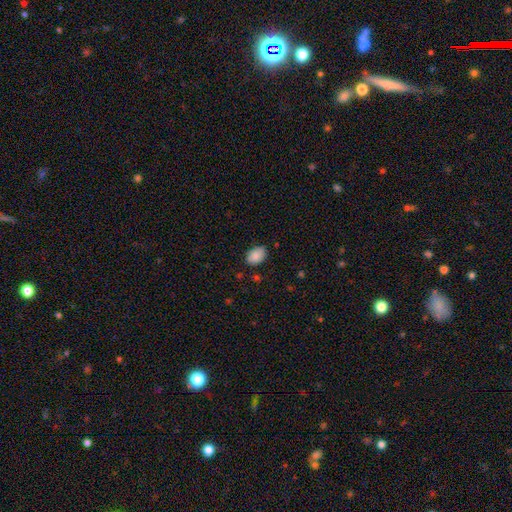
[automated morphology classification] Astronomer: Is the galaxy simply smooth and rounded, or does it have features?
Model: smooth — 88%.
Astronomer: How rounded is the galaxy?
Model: in between — 87%.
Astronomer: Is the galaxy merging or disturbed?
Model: none — 79%.